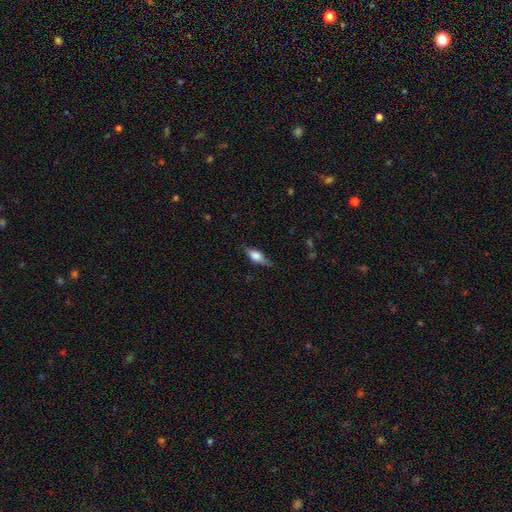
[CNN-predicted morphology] Smooth or featured: smooth — 60% (featured or disk — 32%)
How rounded: in between — 70% (cigar-shaped — 25%)
Merging: none — 71% (minor disturbance — 23%)